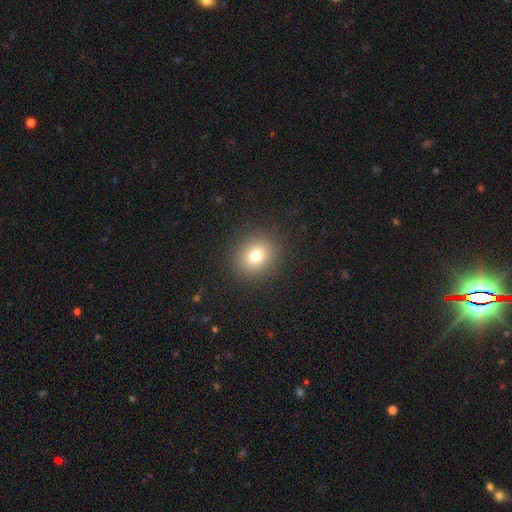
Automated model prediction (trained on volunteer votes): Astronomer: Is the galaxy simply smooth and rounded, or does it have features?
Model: smooth — 77%.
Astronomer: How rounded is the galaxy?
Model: round — 79%.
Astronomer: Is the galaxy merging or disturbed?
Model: none — 89%.